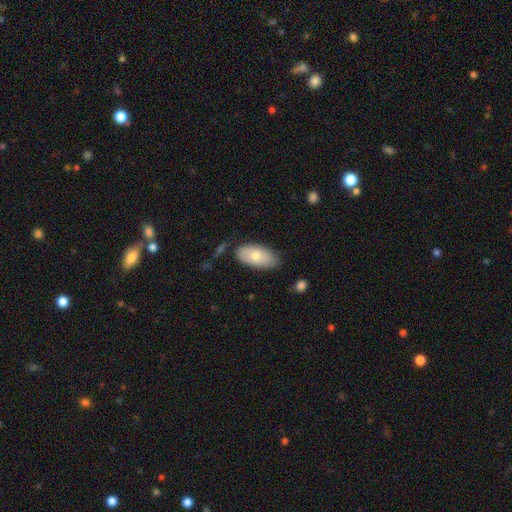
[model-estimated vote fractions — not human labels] This appears to be a smooth galaxy with no disk features (71%) that is in between round and cigar-shaped (94%). Merging: none (77%).